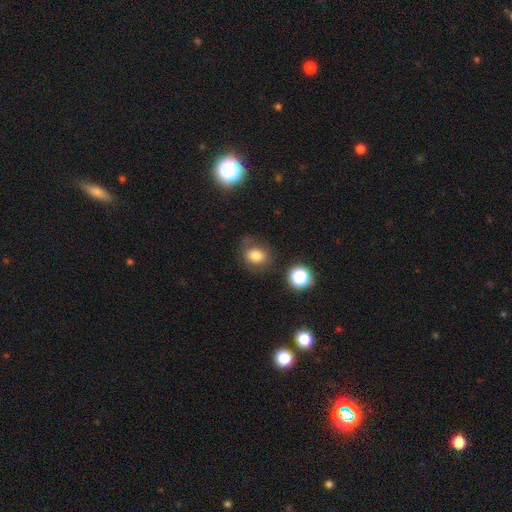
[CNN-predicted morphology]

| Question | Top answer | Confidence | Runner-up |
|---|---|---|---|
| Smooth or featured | smooth | 78% | star or artifact (12%) |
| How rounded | round | 58% | in between (41%) |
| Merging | none | 69% | minor disturbance (19%) |